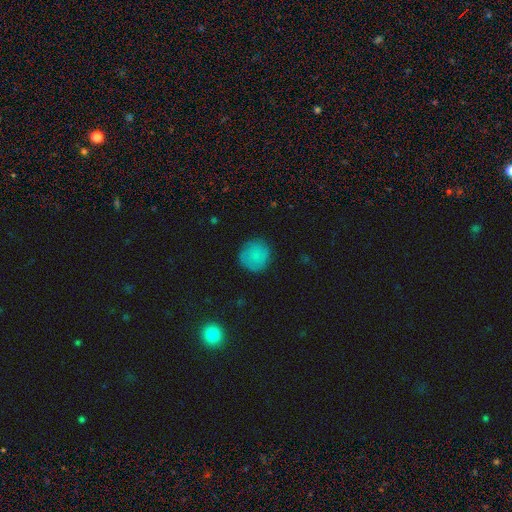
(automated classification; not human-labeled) smooth 80%, featured or disk 10%, star or artifact 10%. Down the decision tree: how rounded — round (92%); merging — none (83%).